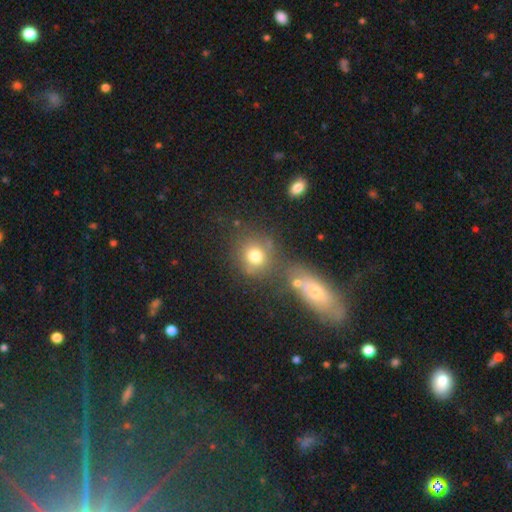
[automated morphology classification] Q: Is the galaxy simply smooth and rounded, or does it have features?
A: smooth — 73%.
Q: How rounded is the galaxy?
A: round — 81%.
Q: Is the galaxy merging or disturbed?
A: none — 58%.